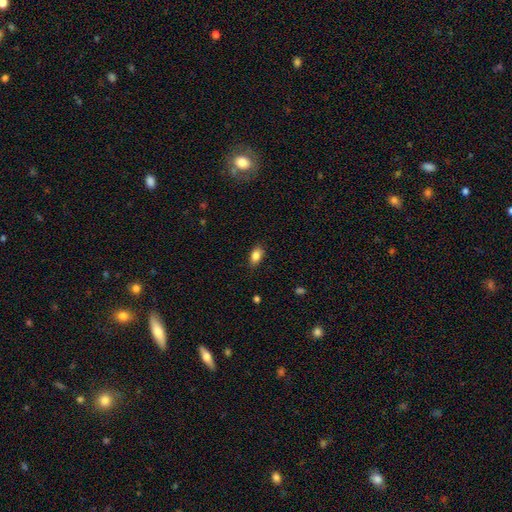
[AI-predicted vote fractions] This appears to be a smooth galaxy with no disk features (84%) that is in between round and cigar-shaped (88%). Merging: none (85%).